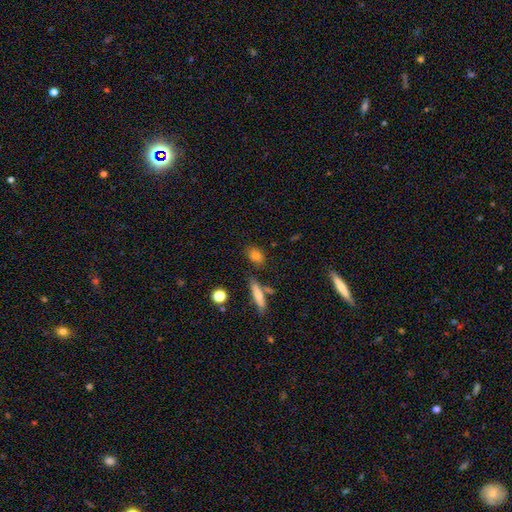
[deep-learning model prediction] Overall: smooth (77%). How rounded: in between (67%). Merging: none (77%).